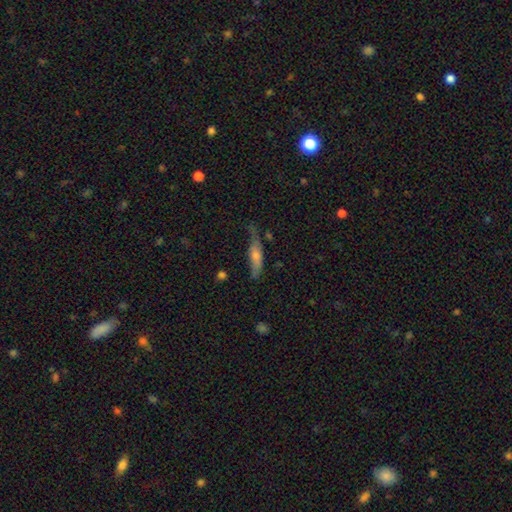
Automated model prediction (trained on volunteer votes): This appears to be a smooth galaxy with no disk features (52%) that is cigar-shaped (73%). Merging: none (52%).